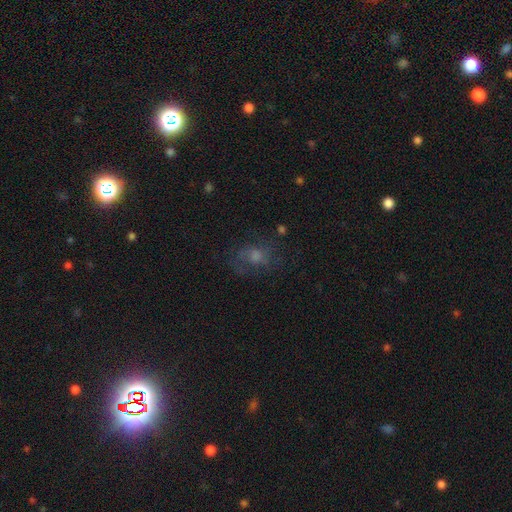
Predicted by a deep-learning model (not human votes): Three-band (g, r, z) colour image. It shows a featured or disk galaxy (37%). Merging: none (63%).